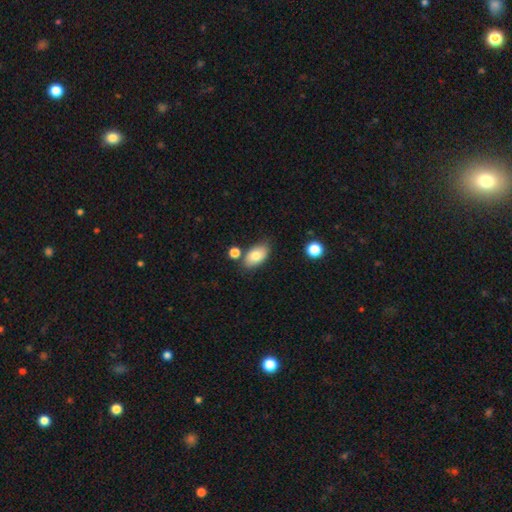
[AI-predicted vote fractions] Overall: smooth (78%). How rounded: in between (92%). Merging: none (74%).